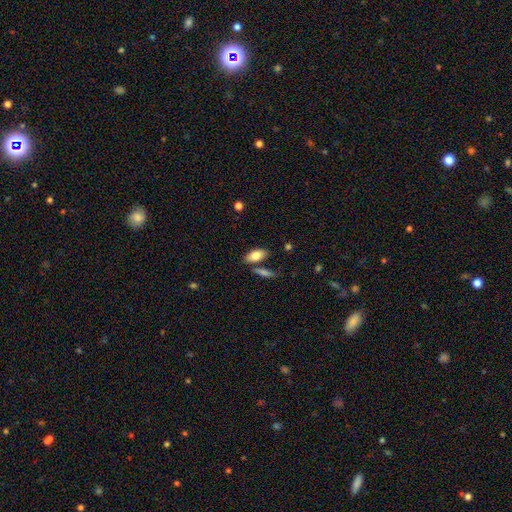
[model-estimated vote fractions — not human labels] Q: Smooth or featured?
A: smooth (80%); runner-up: featured or disk (13%)
Q: How rounded?
A: in between (88%); runner-up: cigar-shaped (10%)
Q: Merging?
A: none (71%); runner-up: merger (13%)